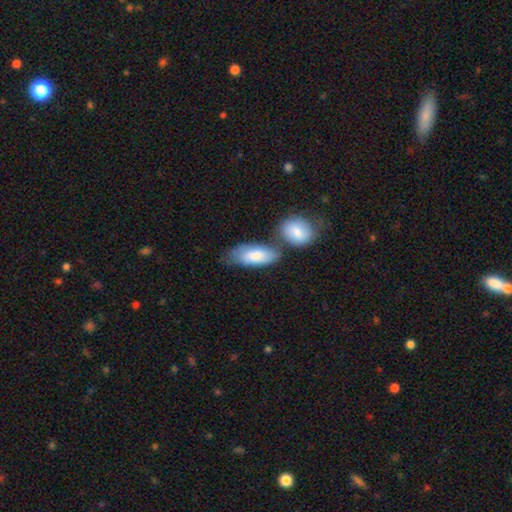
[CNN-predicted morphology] The model was most divided on "merging": none: 47%, merger: 29%, minor disturbance: 19%, major disturbance: 6%. More confident: how rounded — in between (86%); smooth or featured — smooth (80%).